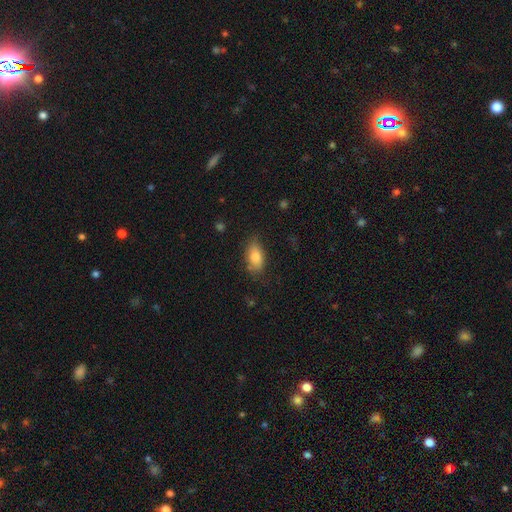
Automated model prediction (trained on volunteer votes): smooth 79%, featured or disk 12%, star or artifact 9%. Down the decision tree: how rounded — in between (88%); merging — none (74%).